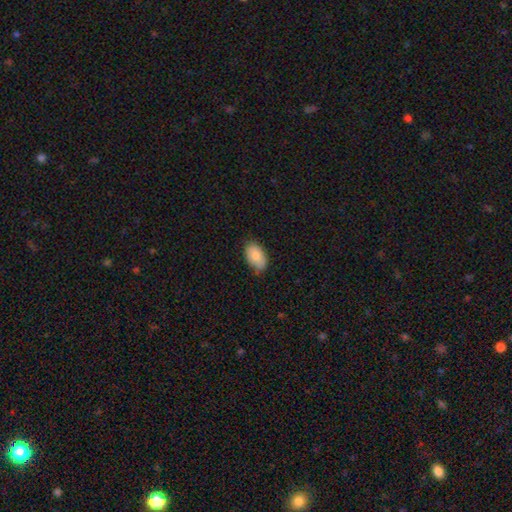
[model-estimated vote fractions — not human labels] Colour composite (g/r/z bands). It shows a smooth galaxy with no disk features (84%) that is in between round and cigar-shaped (93%). Merging: none (74%).